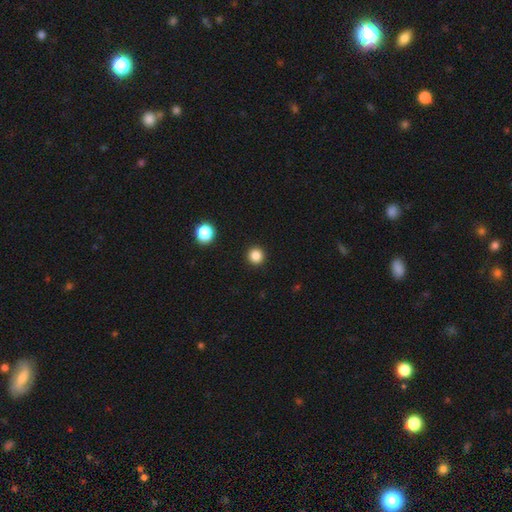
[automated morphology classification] Smooth or featured: smooth — 85% (star or artifact — 12%)
How rounded: round — 95% (in between — 4%)
Merging: none — 93% (minor disturbance — 4%)